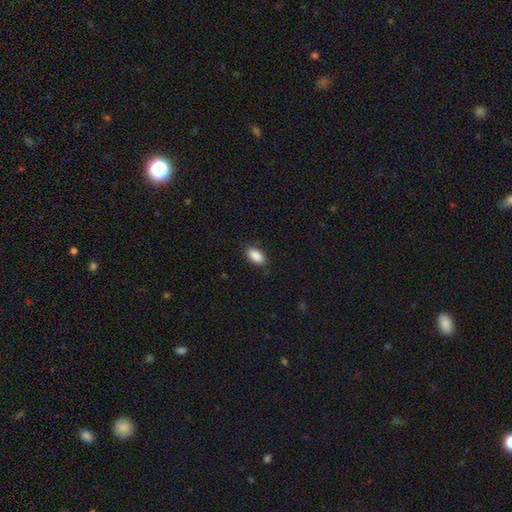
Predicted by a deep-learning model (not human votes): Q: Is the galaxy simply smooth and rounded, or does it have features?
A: smooth — 90%.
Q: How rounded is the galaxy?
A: in between — 93%.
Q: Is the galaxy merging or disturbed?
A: none — 85%.